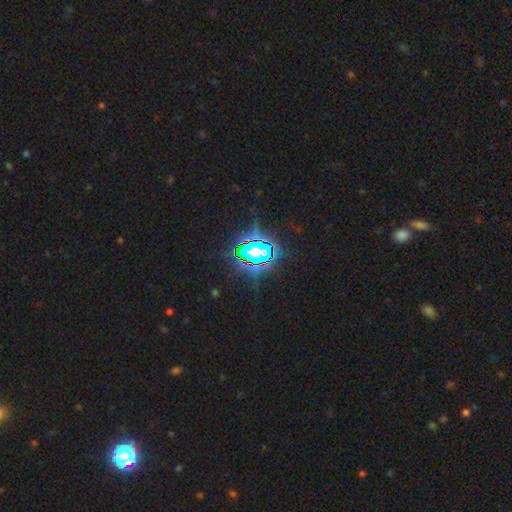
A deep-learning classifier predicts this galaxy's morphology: This is clearly a star or artifact rather than a galaxy (81%).